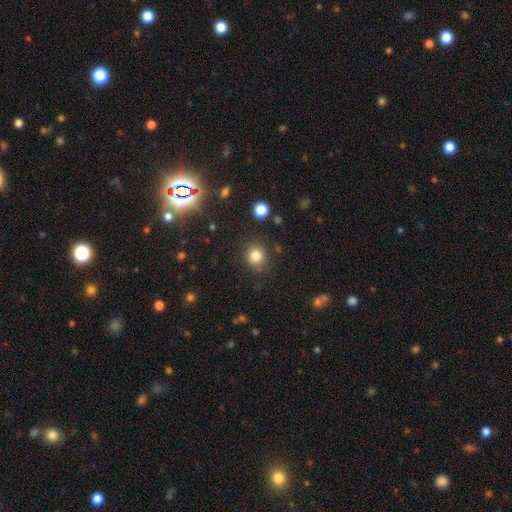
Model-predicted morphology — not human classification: Overall: smooth (81%). How rounded: round (88%). Merging: none (85%).